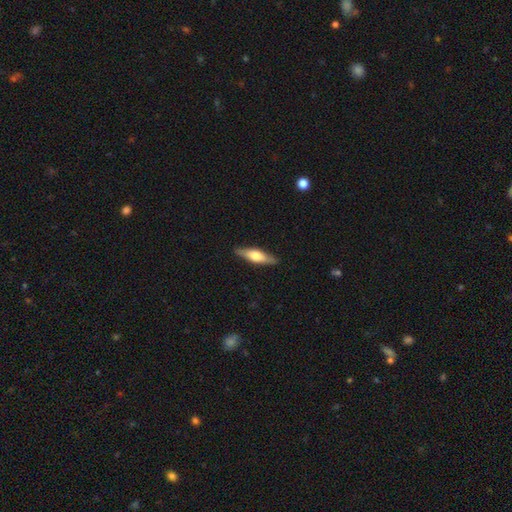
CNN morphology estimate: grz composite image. It shows a featured or disk galaxy (49%). Merging: none (88%).